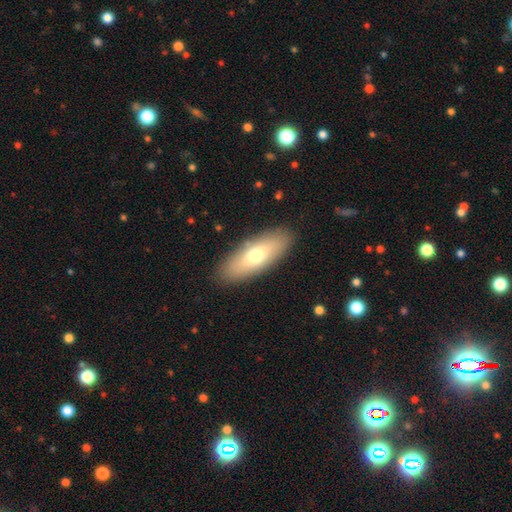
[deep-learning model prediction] Smooth or featured?
  - smooth: 67% *
  - featured or disk: 27%
  - star or artifact: 7%
How rounded?
  - in between: 73% *
  - cigar-shaped: 25%
  - round: 3%
Merging?
  - none: 88% *
  - minor disturbance: 8%
  - major disturbance: 2%
  - merger: 1%